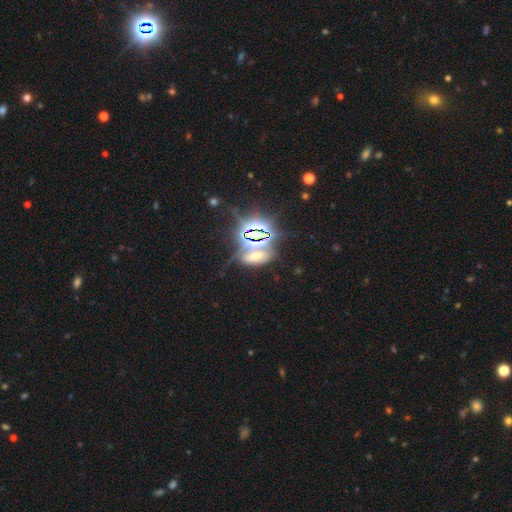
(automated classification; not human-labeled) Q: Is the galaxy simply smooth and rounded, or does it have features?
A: star or artifact — 54%.